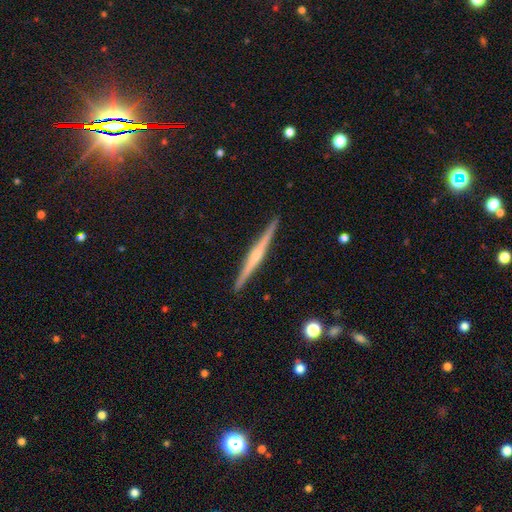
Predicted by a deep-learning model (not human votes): A featured or disk galaxy (74%) viewed edge-on (98%) with a rounded central bulge (60%). Merging: none (92%).